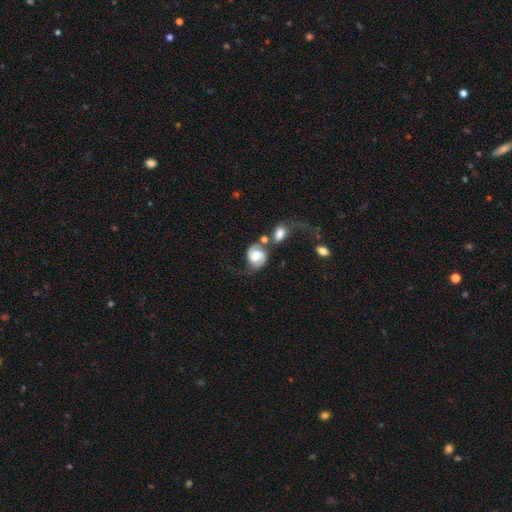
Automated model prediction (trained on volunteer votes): This appears to be a featured or disk galaxy (72%) with no bar (53%), 2 (87%) loose (40%, tied with medium) spiral arms (93%) and a moderate central bulge (48%). Merging: none (38%).